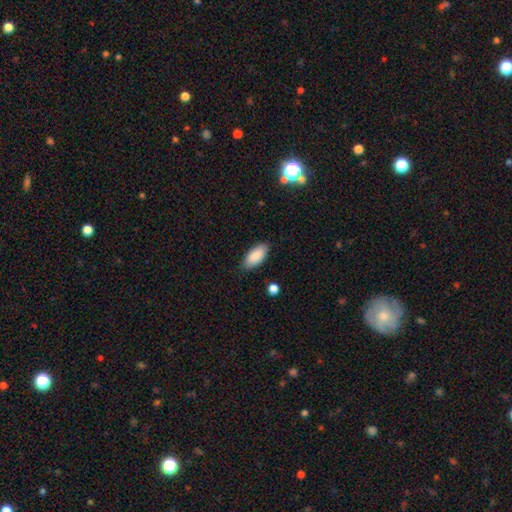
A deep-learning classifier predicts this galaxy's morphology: This appears to be a smooth galaxy with no disk features (88%) that is in between round and cigar-shaped (90%). Merging: none (86%).